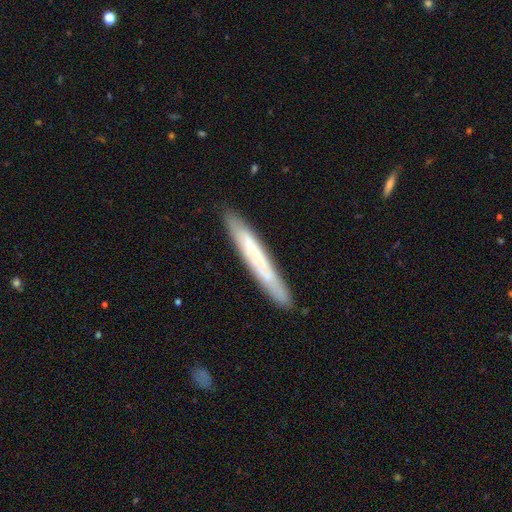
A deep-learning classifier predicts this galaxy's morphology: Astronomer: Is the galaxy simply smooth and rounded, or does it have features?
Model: smooth — 51% (runner-up: featured or disk, 42%).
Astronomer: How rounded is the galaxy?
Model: cigar-shaped — 96%.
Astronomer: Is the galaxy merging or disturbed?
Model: none — 87%.